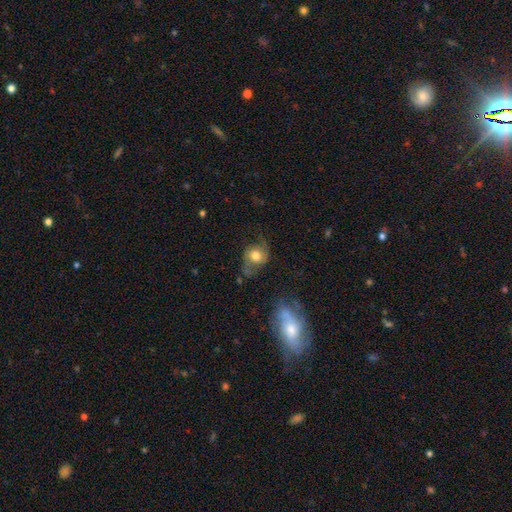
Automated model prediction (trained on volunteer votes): smooth_or_featured: smooth (p=0.47) [alt: featured or disk p=0.44]
merging: none (p=0.51) [alt: minor disturbance p=0.25]